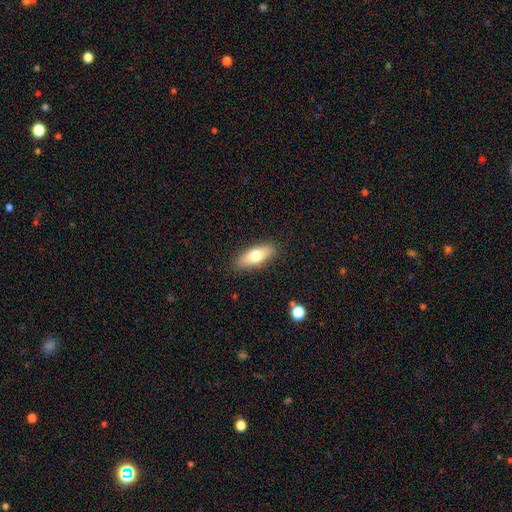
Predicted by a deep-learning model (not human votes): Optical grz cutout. It shows a smooth galaxy with no disk features (71%) that is in between round and cigar-shaped (69%). Merging: none (88%).